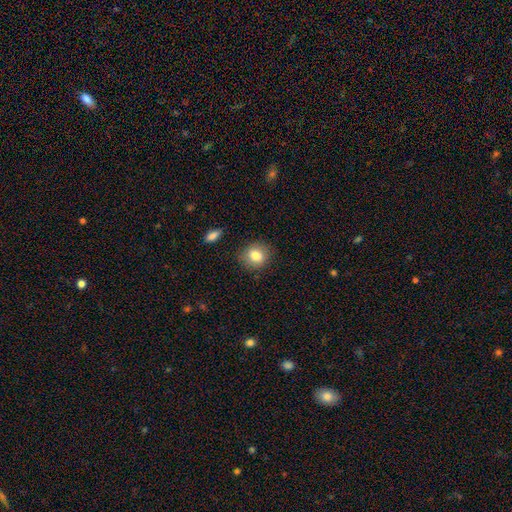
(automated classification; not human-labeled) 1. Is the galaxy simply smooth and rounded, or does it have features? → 82% smooth, 9% star or artifact, 9% featured or disk.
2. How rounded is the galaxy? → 76% round, 23% in between, 1% cigar-shaped.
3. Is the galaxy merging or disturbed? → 84% none, 11% minor disturbance, 3% major disturbance, 2% merger.